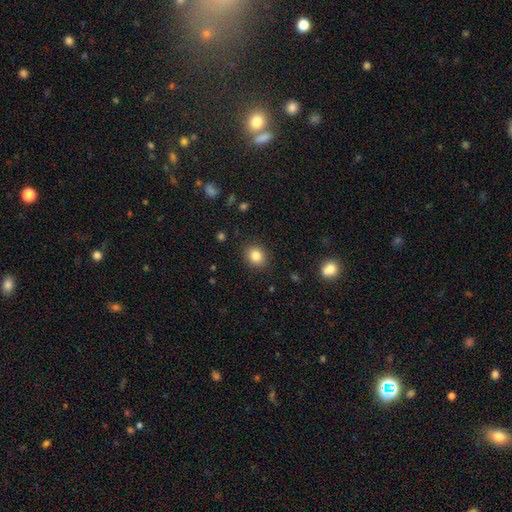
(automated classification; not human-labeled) A smooth galaxy with no disk features (83%) that is round (73%).

Vote fractions:
- Smooth or featured? smooth: 83% / star or artifact: 11% / featured or disk: 6%
- How rounded? round: 73% / in between: 26% / cigar-shaped: 1%
- Merging? none: 89% / minor disturbance: 7% / major disturbance: 2% / merger: 1%